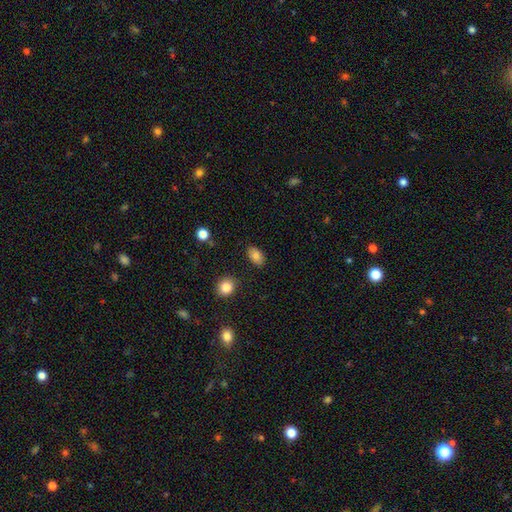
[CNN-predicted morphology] Q: Smooth or featured?
A: smooth (83%); runner-up: star or artifact (9%)
Q: How rounded?
A: in between (88%); runner-up: round (11%)
Q: Merging?
A: none (86%); runner-up: minor disturbance (10%)